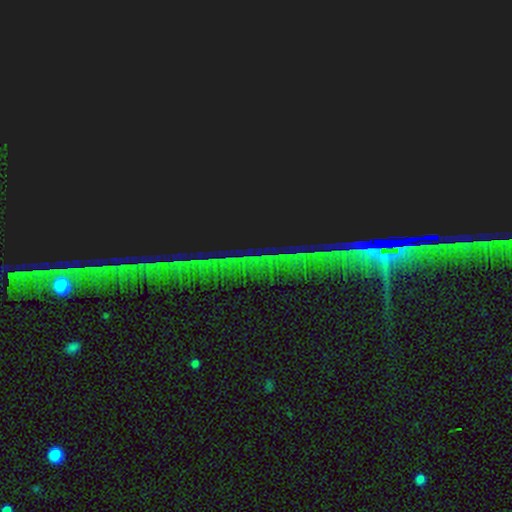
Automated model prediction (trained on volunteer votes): smooth-or-featured: star or artifact: 85% | featured or disk: 8% | smooth: 7%